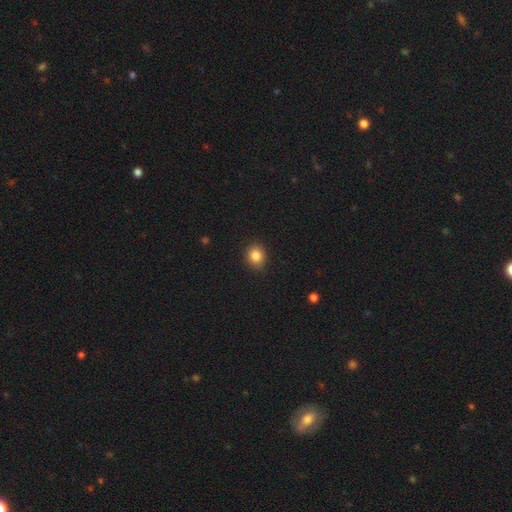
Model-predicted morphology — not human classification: Q: Smooth or featured?
A: smooth (84%); runner-up: star or artifact (10%)
Q: How rounded?
A: round (62%); runner-up: in between (37%)
Q: Merging?
A: none (89%); runner-up: minor disturbance (8%)